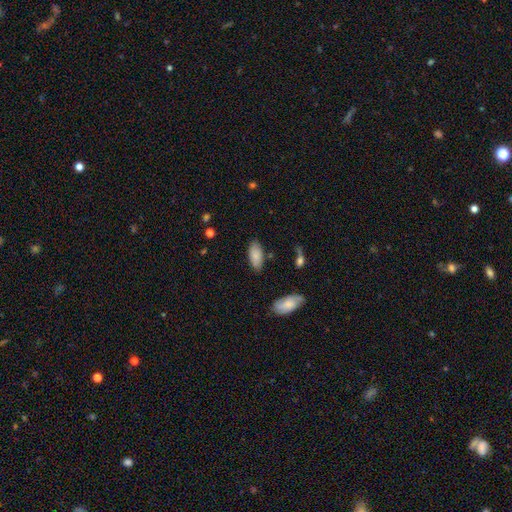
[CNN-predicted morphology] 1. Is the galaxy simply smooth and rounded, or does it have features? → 82% smooth, 11% featured or disk, 7% star or artifact.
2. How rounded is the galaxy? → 90% in between, 8% cigar-shaped, 2% round.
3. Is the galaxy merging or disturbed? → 80% none, 15% minor disturbance, 3% major disturbance, 2% merger.